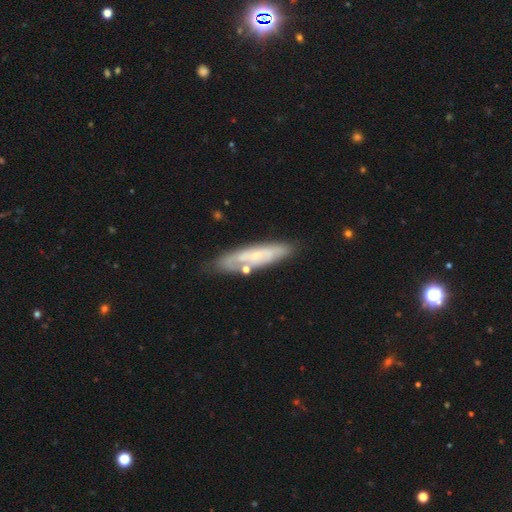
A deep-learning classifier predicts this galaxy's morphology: This appears to be a featured or disk galaxy (53%). Merging: none (72%).